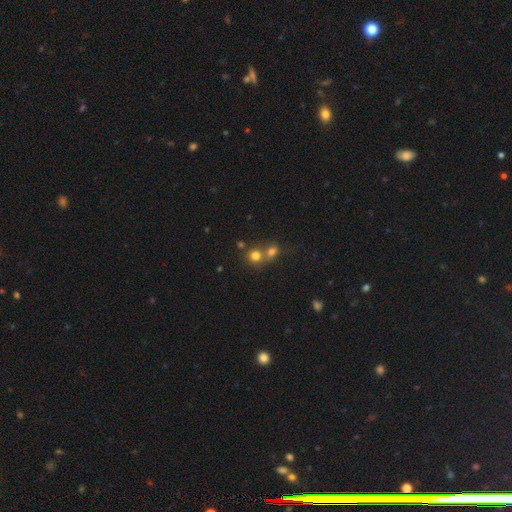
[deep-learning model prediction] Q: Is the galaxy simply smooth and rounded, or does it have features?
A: smooth — 74%.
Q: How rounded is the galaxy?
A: round — 85%.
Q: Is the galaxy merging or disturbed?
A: merger — 49%.